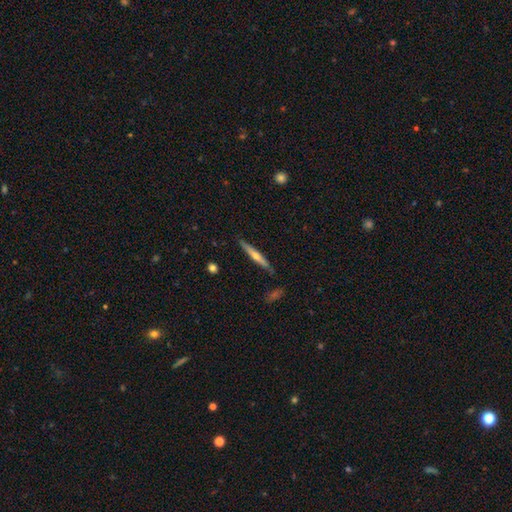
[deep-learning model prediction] This is likely a featured or disk galaxy (61%). It is clearly viewed edge-on (97%). Edge-on bulge: likely rounded (80%). Merging: clearly none (88%).